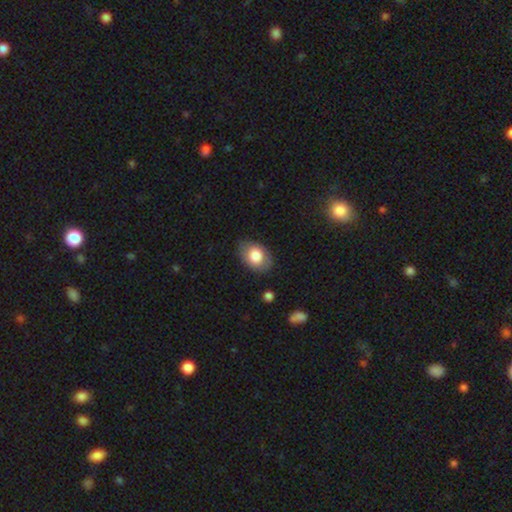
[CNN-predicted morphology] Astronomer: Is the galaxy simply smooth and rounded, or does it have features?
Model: smooth — 79%.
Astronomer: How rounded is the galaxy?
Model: in between — 80%.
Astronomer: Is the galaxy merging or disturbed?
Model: none — 79%.